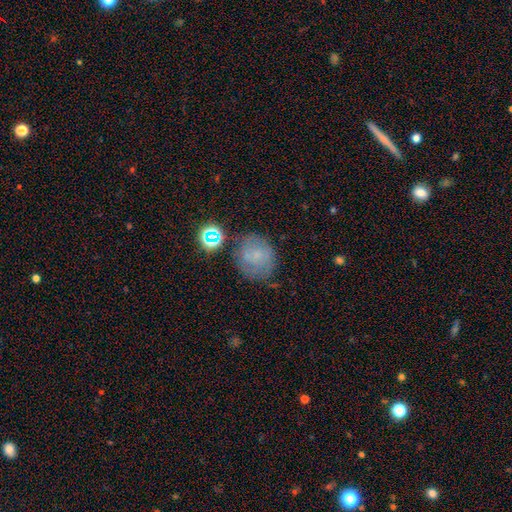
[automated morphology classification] smooth_or_featured: smooth (p=0.56) [alt: featured or disk p=0.28]
how_rounded: round (p=0.81) [alt: in between p=0.18]
merging: none (p=0.62) [alt: minor disturbance p=0.21]